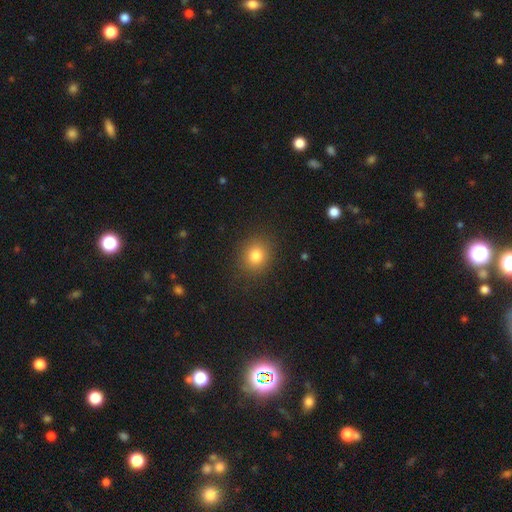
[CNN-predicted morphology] smooth_or_featured: smooth (p=0.81) [alt: star or artifact p=0.12]
how_rounded: round (p=0.78) [alt: in between p=0.21]
merging: none (p=0.87) [alt: minor disturbance p=0.08]